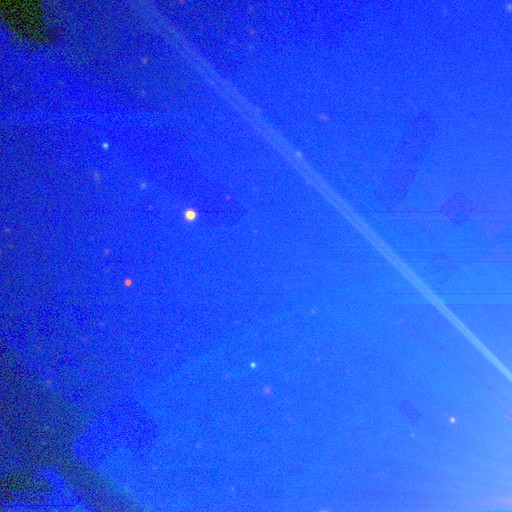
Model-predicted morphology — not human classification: smooth-or-featured: star or artifact: 88% | featured or disk: 6% | smooth: 6%